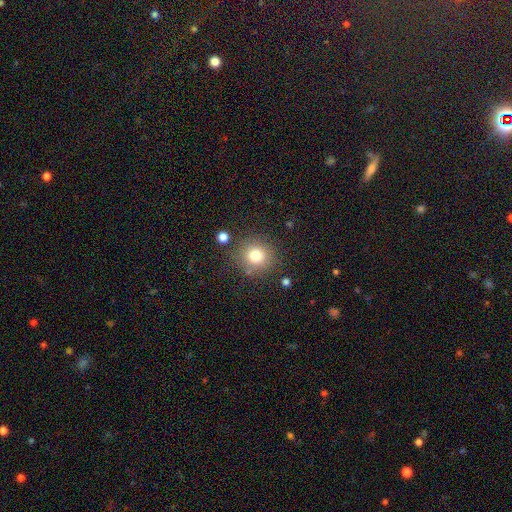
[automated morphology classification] Smooth or featured? smooth (77%)
How rounded? round (91%)
Merging? none (83%)